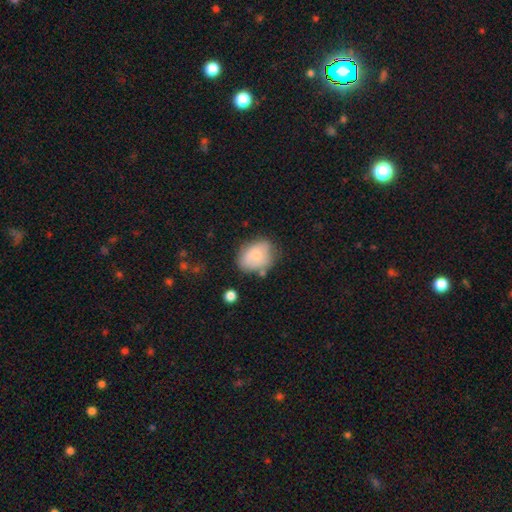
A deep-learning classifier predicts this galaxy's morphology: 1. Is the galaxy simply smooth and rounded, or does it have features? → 69% smooth, 24% featured or disk, 8% star or artifact.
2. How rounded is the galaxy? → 62% in between, 37% round, 1% cigar-shaped.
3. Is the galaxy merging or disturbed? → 59% none, 26% minor disturbance, 8% major disturbance, 7% merger.